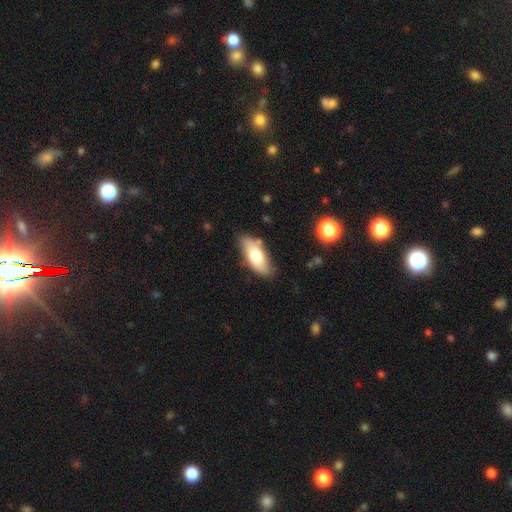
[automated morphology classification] The model was most divided on "smooth or featured": smooth: 70%, featured or disk: 23%, star or artifact: 6%. More confident: how rounded — in between (81%); merging — none (79%).